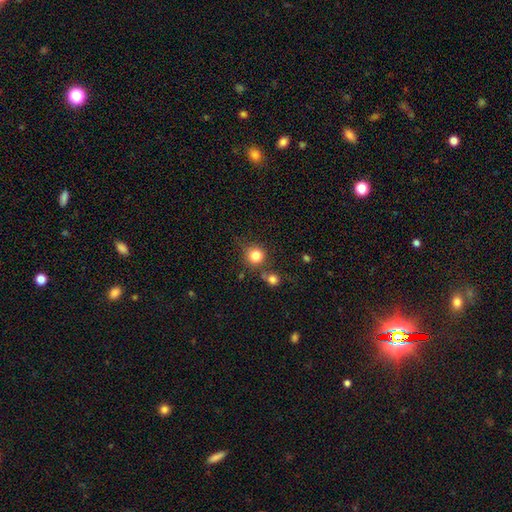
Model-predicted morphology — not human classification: A smooth galaxy with no disk features (82%) that is round (92%).

Vote fractions:
- Smooth or featured? smooth: 82% / star or artifact: 11% / featured or disk: 7%
- How rounded? round: 92% / in between: 7% / cigar-shaped: 1%
- Merging? none: 71% / merger: 14% / minor disturbance: 11% / major disturbance: 4%